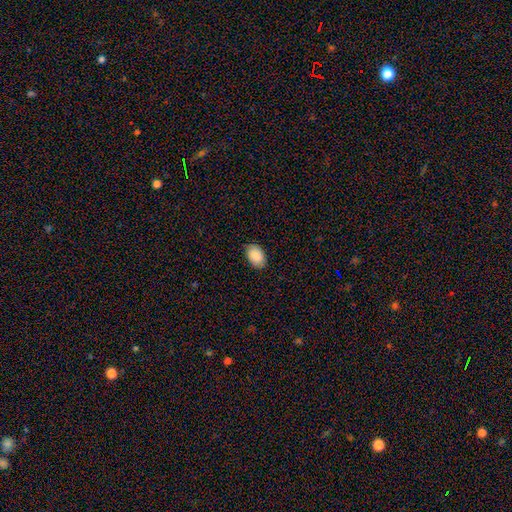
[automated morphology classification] A smooth galaxy with no disk features (89%) that is in between round and cigar-shaped (90%).

Vote fractions:
- Smooth or featured? smooth: 89% / star or artifact: 6% / featured or disk: 5%
- How rounded? in between: 90% / round: 9% / cigar-shaped: 1%
- Merging? none: 86% / minor disturbance: 11% / major disturbance: 2% / merger: 1%